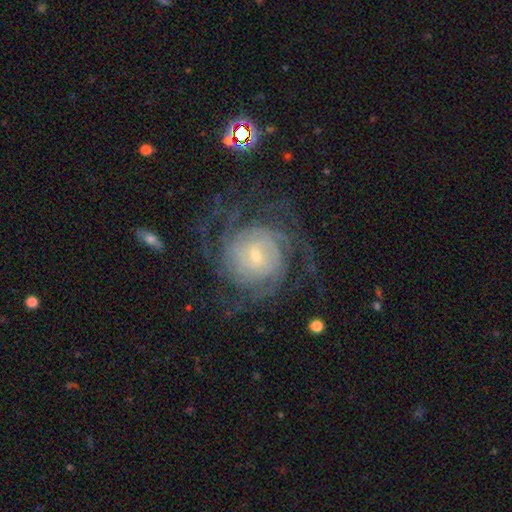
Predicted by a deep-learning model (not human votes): Q: Smooth or featured?
A: featured or disk (88%); runner-up: smooth (6%)
Q: Edge-on disk?
A: no (98%); runner-up: yes (2%)
Q: Bar?
A: no (59%); runner-up: weak (32%)
Q: Spiral arms?
A: yes (97%); runner-up: no (3%)
Q: Spiral winding?
A: tight (69%); runner-up: medium (25%)
Q: Spiral arm count?
A: can't tell (27%); runner-up: 4 (19%)
Q: Bulge size?
A: small (73%); runner-up: moderate (21%)
Q: Merging?
A: none (73%); runner-up: minor disturbance (13%)